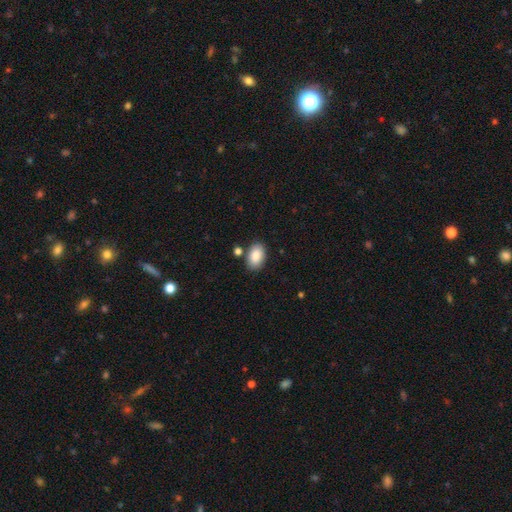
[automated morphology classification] The model was most divided on "merging": none: 80%, minor disturbance: 11%, merger: 6%, major disturbance: 3%. More confident: how rounded — in between (91%); smooth or featured — smooth (88%).